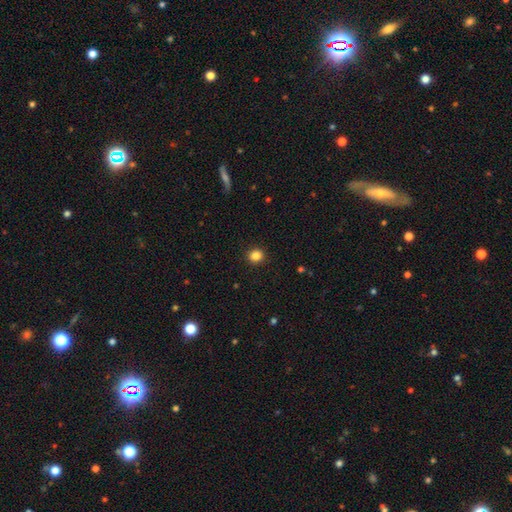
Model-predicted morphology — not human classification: Q: Smooth or featured?
A: smooth (85%); runner-up: star or artifact (12%)
Q: How rounded?
A: round (86%); runner-up: in between (13%)
Q: Merging?
A: none (92%); runner-up: minor disturbance (5%)